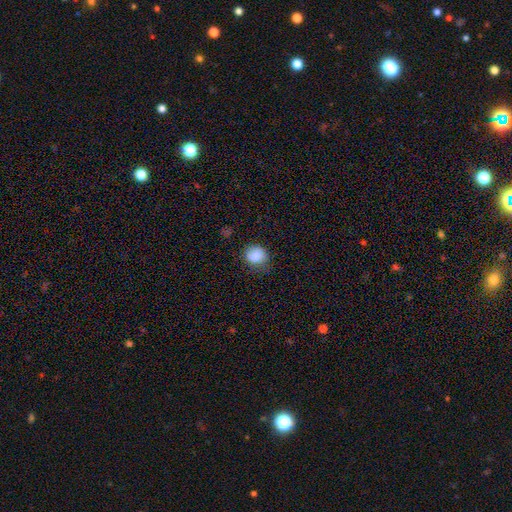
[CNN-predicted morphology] A smooth galaxy with no disk features (86%) that is round (71%). Merging: none (62%).